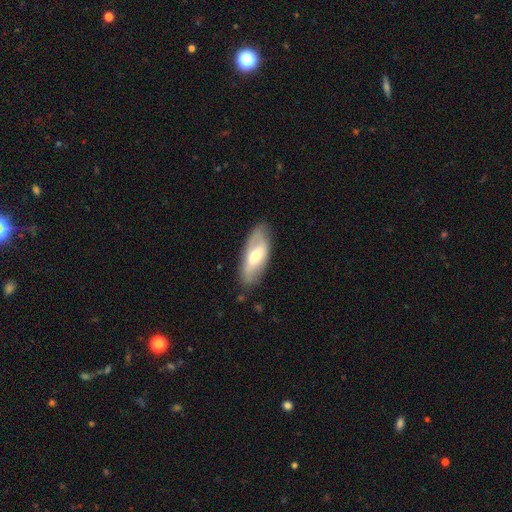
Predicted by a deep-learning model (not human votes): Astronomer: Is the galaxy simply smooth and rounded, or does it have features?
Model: smooth — 48% (runner-up: featured or disk, 46%).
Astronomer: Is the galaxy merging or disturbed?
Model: none — 79%.